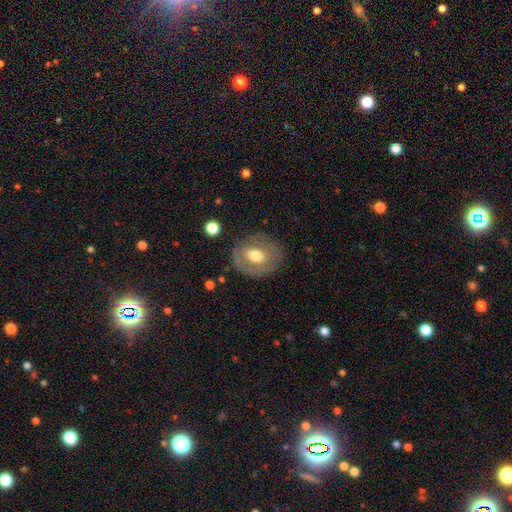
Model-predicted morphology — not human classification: This appears to be a smooth galaxy with no disk features (53%) that is round (56%). Merging: none (76%).